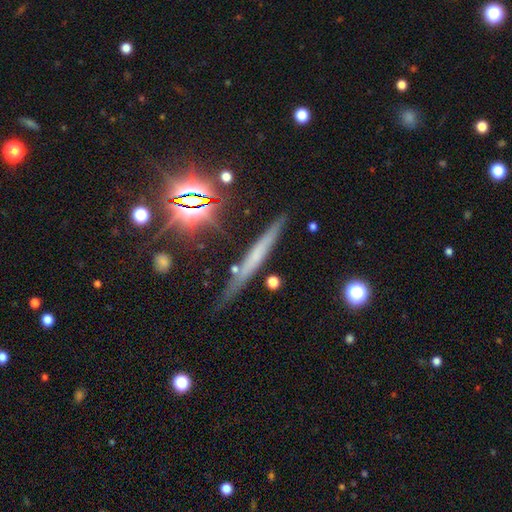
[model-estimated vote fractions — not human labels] Overall: featured or disk (45%; smooth 38%). Merging: none (80%).